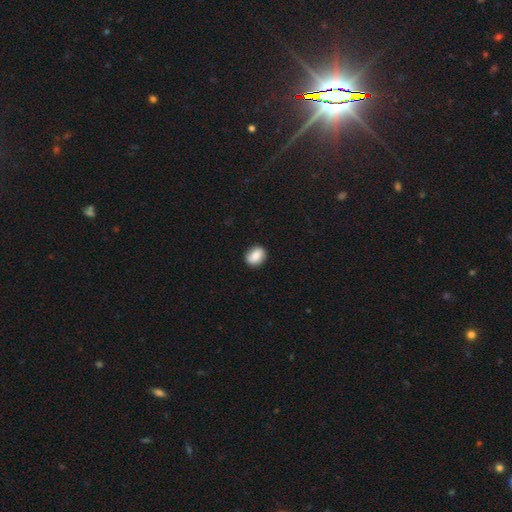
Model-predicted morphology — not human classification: Smooth or featured?
  - smooth: 77% *
  - featured or disk: 15%
  - star or artifact: 8%
How rounded?
  - in between: 55% *
  - round: 44%
  - cigar-shaped: 1%
Merging?
  - none: 88% *
  - minor disturbance: 9%
  - major disturbance: 2%
  - merger: 1%